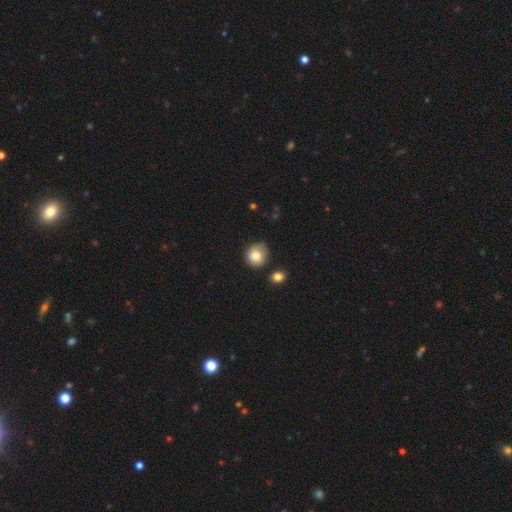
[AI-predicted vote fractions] smooth 82%, featured or disk 10%, star or artifact 9%. Down the decision tree: how rounded — round (79%); merging — none (63%).